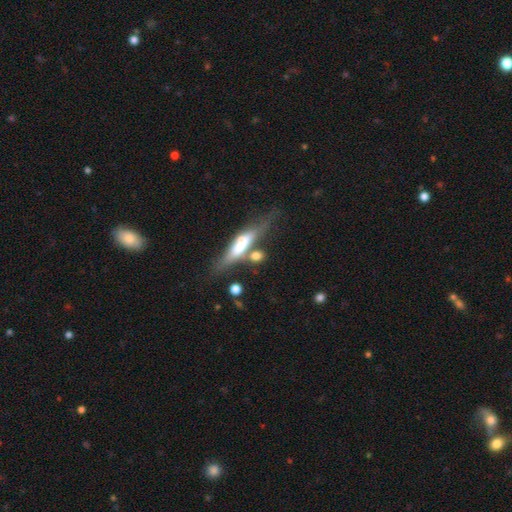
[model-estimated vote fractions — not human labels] Q: Smooth or featured?
A: smooth (51%); runner-up: featured or disk (41%)
Q: How rounded?
A: cigar-shaped (62%); runner-up: in between (30%)
Q: Merging?
A: none (49%); runner-up: merger (24%)